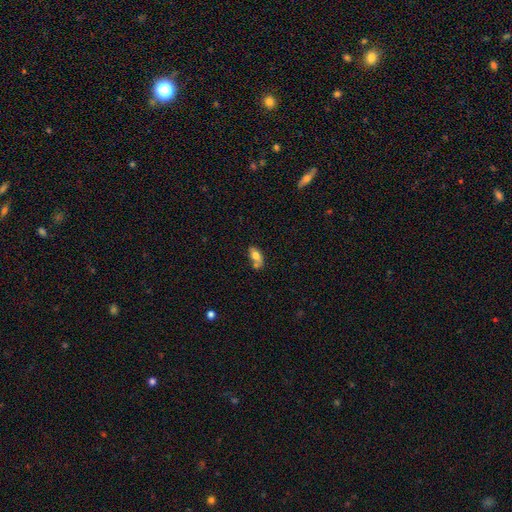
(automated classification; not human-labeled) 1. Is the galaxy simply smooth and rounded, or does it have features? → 71% smooth, 21% featured or disk, 8% star or artifact.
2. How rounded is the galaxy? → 85% in between, 8% round, 7% cigar-shaped.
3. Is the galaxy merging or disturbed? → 43% none, 30% merger, 19% minor disturbance, 7% major disturbance.